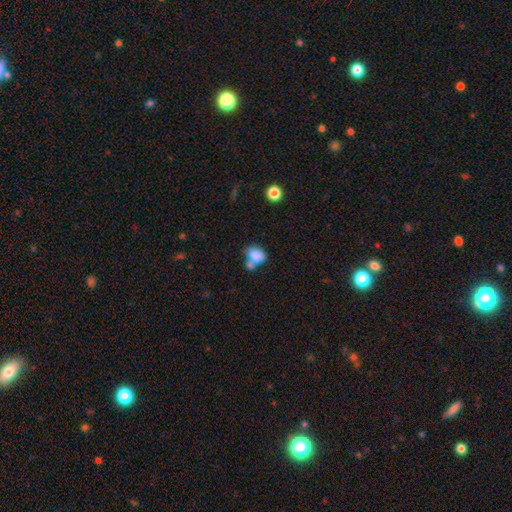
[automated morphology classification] Q: Smooth or featured?
A: smooth (80%); runner-up: featured or disk (11%)
Q: How rounded?
A: in between (77%); runner-up: round (22%)
Q: Merging?
A: merger (52%); runner-up: none (27%)